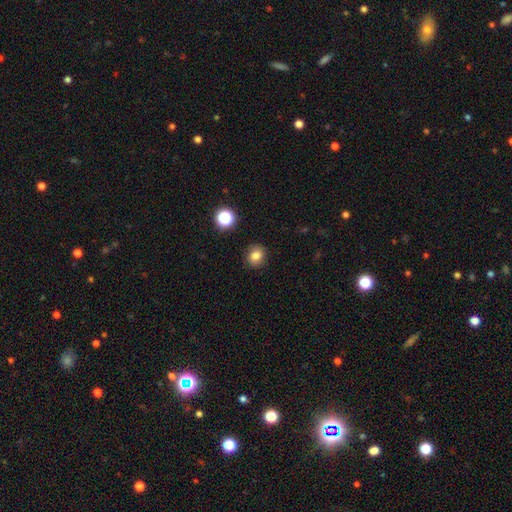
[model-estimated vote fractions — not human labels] Q: Smooth or featured?
A: smooth (81%); runner-up: star or artifact (13%)
Q: How rounded?
A: round (73%); runner-up: in between (26%)
Q: Merging?
A: none (87%); runner-up: minor disturbance (9%)